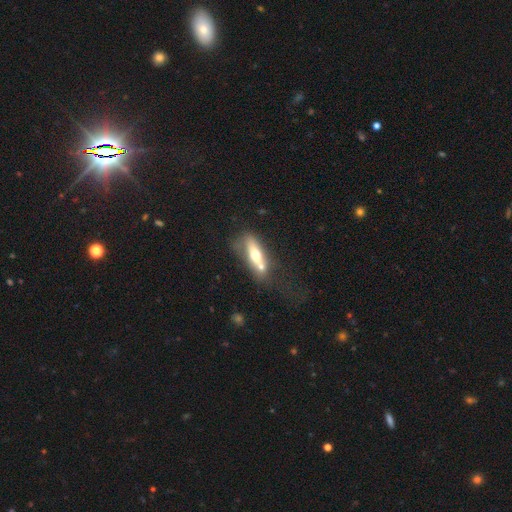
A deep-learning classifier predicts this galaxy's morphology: A smooth galaxy with no disk features (50%) that is in between round and cigar-shaped (48%, tied with cigar-shaped). Merging: none (41%).